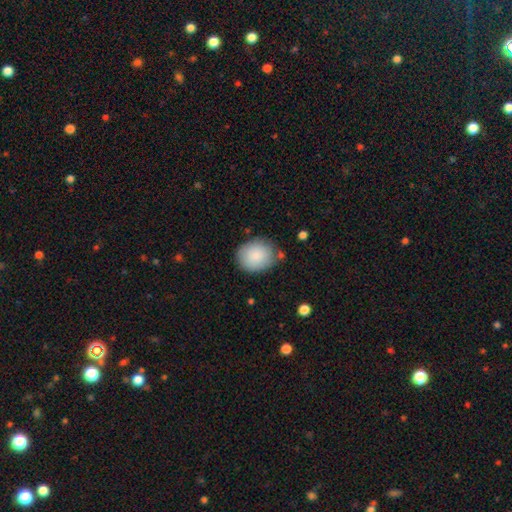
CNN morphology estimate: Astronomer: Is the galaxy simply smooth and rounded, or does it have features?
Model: smooth — 88%.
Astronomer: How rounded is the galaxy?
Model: round — 53% (runner-up: in between, 46%).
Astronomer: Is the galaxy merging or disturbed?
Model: none — 72%.